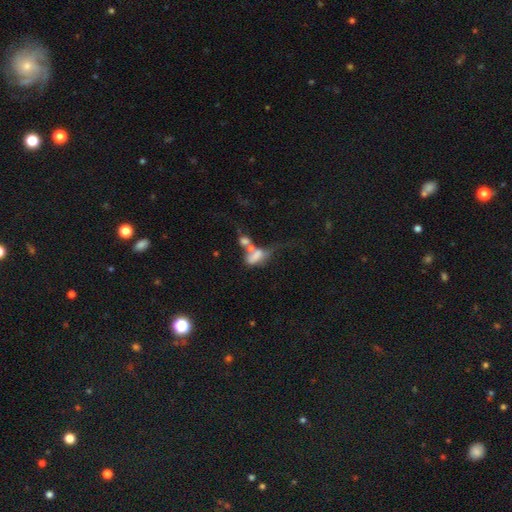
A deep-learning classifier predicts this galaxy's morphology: Overall: smooth (59%; featured or disk 29%). How rounded: in between (79%). Merging: merger (49%; major disturbance 25%).